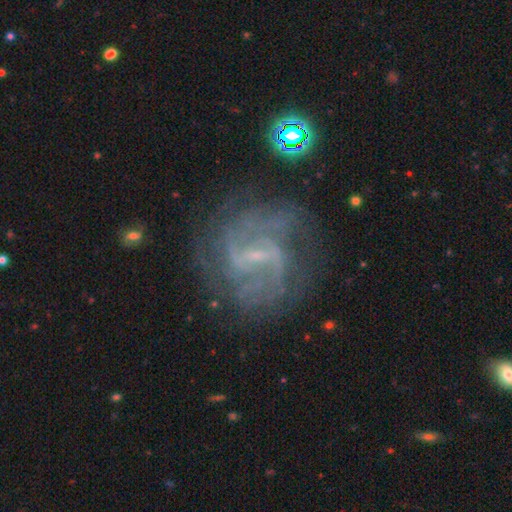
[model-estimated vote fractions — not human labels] smooth_or_featured: featured or disk (p=0.85) [alt: star or artifact p=0.09]
disk_edge_on: no (p=0.97) [alt: yes p=0.03]
bar: weak (p=0.53) [alt: strong p=0.31]
has_spiral_arms: yes (p=0.92) [alt: no p=0.08]
spiral_winding: medium (p=0.47) [alt: tight p=0.30]
spiral_arm_count: 2 (p=0.45) [alt: can't tell p=0.26]
bulge_size: small (p=0.70) [alt: none p=0.18]
merging: none (p=0.70) [alt: minor disturbance p=0.16]